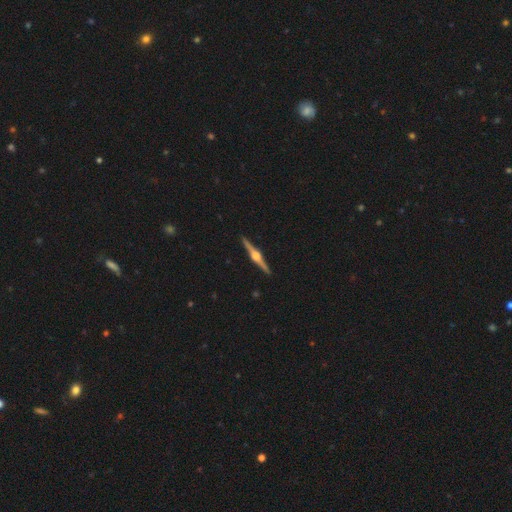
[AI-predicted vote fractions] Smooth or featured: featured or disk — 86% (smooth — 9%)
Edge-on disk: yes — 99% (no — 1%)
Edge-on bulge: rounded — 94% (boxy — 5%)
Merging: none — 93% (minor disturbance — 5%)